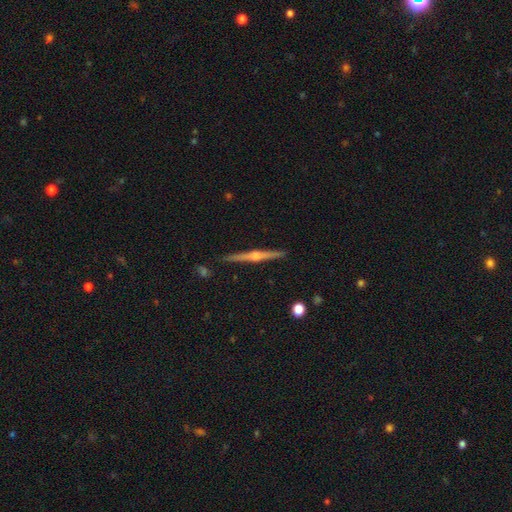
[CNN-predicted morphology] Smooth or featured? Predicted: featured or disk (p=0.81). Edge-on disk? Predicted: yes (p=0.98). Edge-on bulge? Predicted: rounded (p=0.84). Merging? Predicted: none (p=0.90).